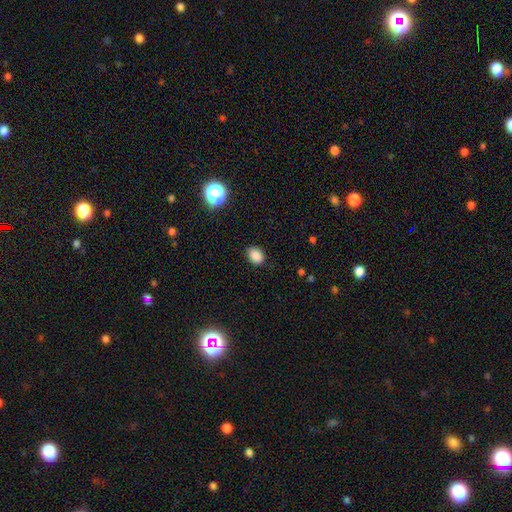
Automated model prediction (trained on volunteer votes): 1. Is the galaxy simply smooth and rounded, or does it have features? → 86% smooth, 11% star or artifact, 3% featured or disk.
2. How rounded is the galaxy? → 61% in between, 38% round, 1% cigar-shaped.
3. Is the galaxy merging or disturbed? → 85% none, 12% minor disturbance, 3% major disturbance, 1% merger.